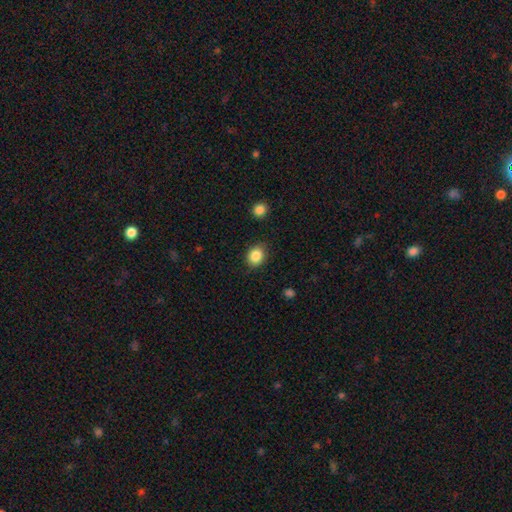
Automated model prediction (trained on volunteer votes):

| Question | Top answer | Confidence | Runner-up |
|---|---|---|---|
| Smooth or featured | smooth | 87% | star or artifact (9%) |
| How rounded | round | 58% | in between (41%) |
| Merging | none | 85% | minor disturbance (11%) |